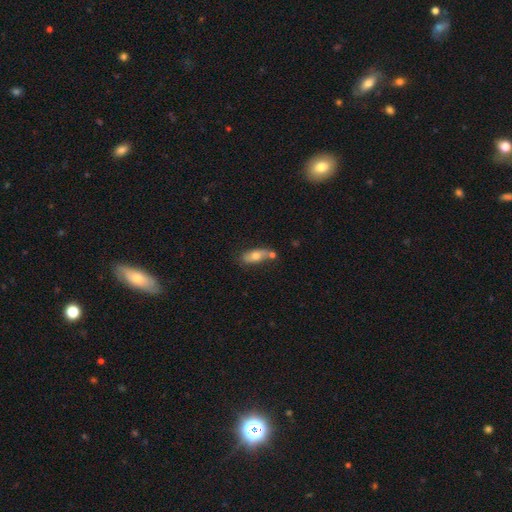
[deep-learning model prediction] smooth_or_featured: smooth (p=0.62) [alt: featured or disk p=0.30]
how_rounded: in between (p=0.74) [alt: cigar-shaped p=0.22]
merging: none (p=0.55) [alt: merger p=0.20]